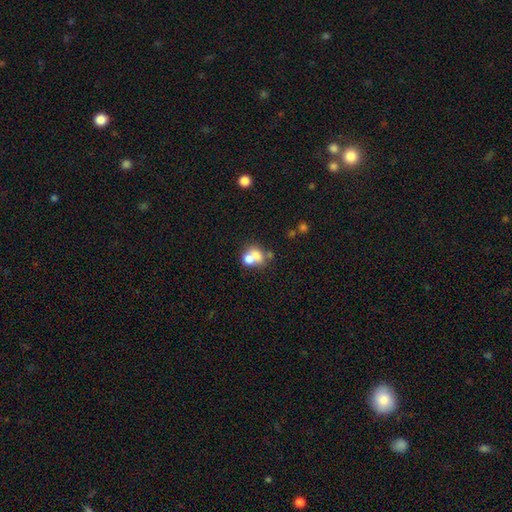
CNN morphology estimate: Smooth or featured: smooth — 65% (featured or disk — 23%)
How rounded: round — 58% (in between — 41%)
Merging: merger — 62% (none — 26%)